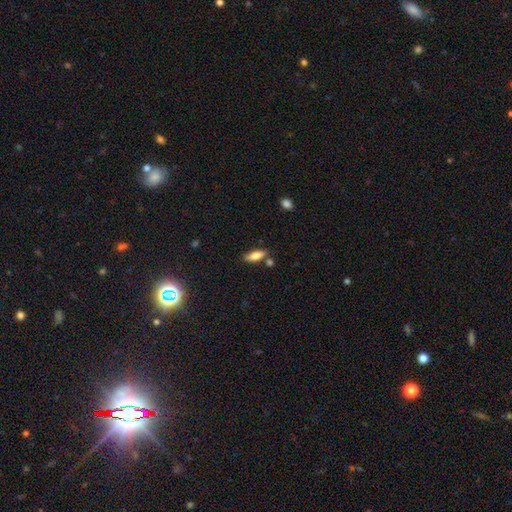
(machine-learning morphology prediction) Smooth or featured: smooth — 76% (featured or disk — 17%)
How rounded: in between — 62% (cigar-shaped — 36%)
Merging: none — 75% (minor disturbance — 13%)